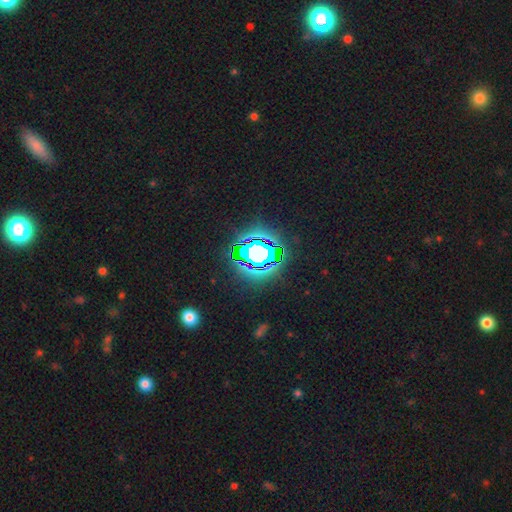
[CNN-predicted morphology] star or artifact 64%, smooth 20%, featured or disk 16%.